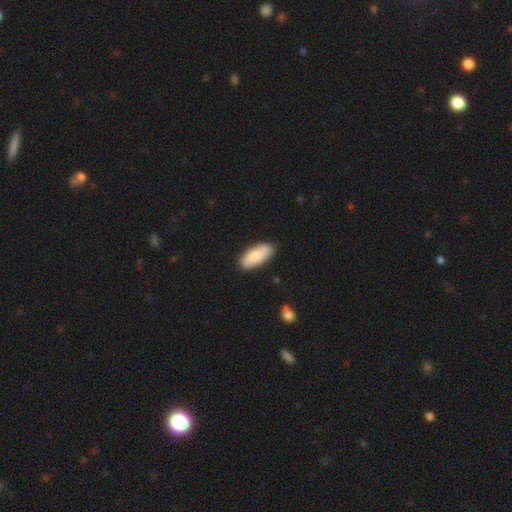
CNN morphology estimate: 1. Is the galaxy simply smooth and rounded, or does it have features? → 78% smooth, 17% featured or disk, 5% star or artifact.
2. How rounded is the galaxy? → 84% in between, 14% cigar-shaped, 2% round.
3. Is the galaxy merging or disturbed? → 82% none, 14% minor disturbance, 2% major disturbance, 2% merger.